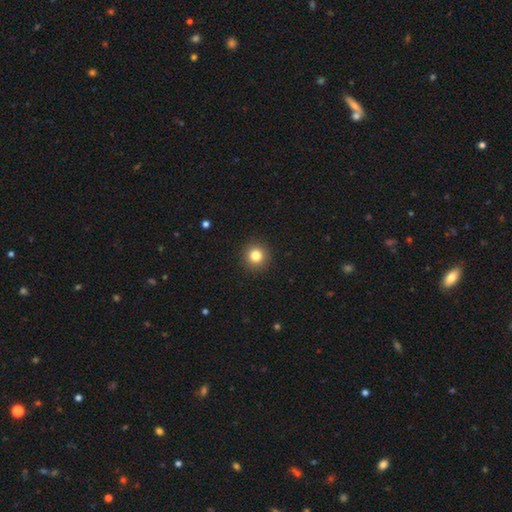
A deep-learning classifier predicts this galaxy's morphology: The model was most divided on "smooth or featured": smooth: 82%, star or artifact: 11%, featured or disk: 7%. More confident: how rounded — round (94%); merging — none (92%).